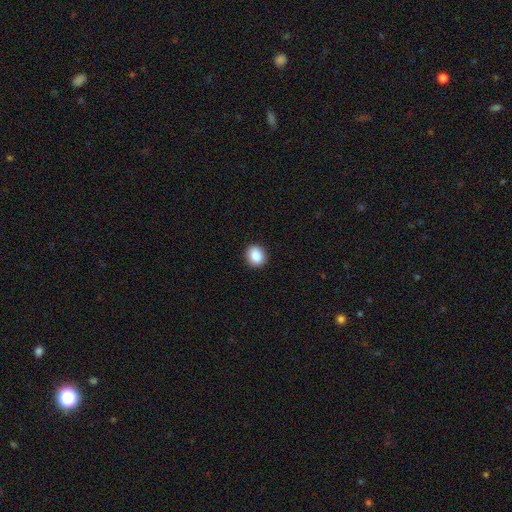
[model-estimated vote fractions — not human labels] A smooth galaxy with no disk features (88%) that is round (77%).

Vote fractions:
- Smooth or featured? smooth: 88% / star or artifact: 8% / featured or disk: 4%
- How rounded? round: 77% / in between: 22% / cigar-shaped: 1%
- Merging? none: 91% / minor disturbance: 6% / major disturbance: 2% / merger: 1%